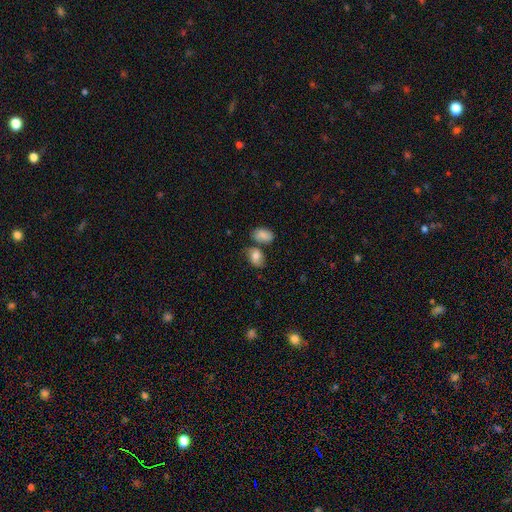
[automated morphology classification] smooth_or_featured: smooth (p=0.78) [alt: featured or disk p=0.14]
how_rounded: in between (p=0.81) [alt: round p=0.17]
merging: none (p=0.53) [alt: merger p=0.21]